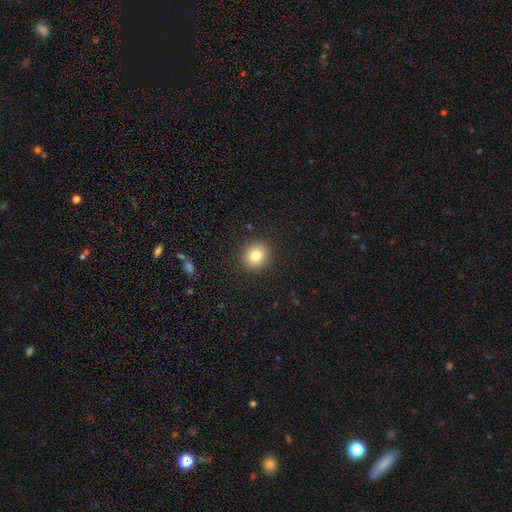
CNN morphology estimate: Q: Smooth or featured?
A: smooth (81%); runner-up: star or artifact (11%)
Q: How rounded?
A: round (88%); runner-up: in between (11%)
Q: Merging?
A: none (91%); runner-up: minor disturbance (6%)